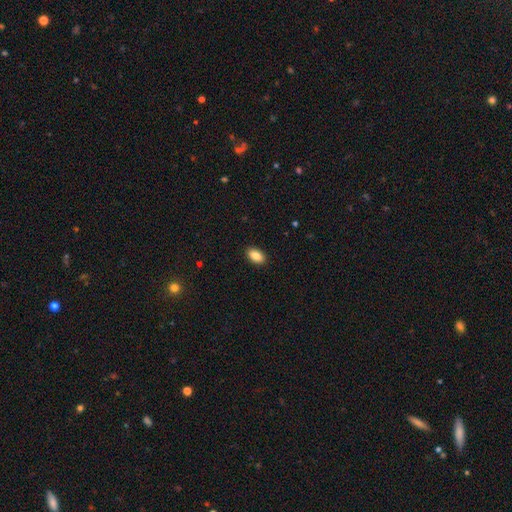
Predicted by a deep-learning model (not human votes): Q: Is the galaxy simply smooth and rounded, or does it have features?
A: smooth — 87%.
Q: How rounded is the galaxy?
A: in between — 92%.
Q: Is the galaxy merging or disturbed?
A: none — 90%.